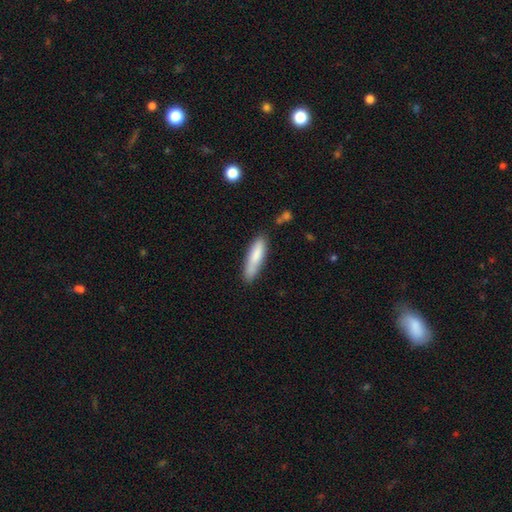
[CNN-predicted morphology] Overall: smooth (82%). How rounded: cigar-shaped (71%). Merging: none (77%).